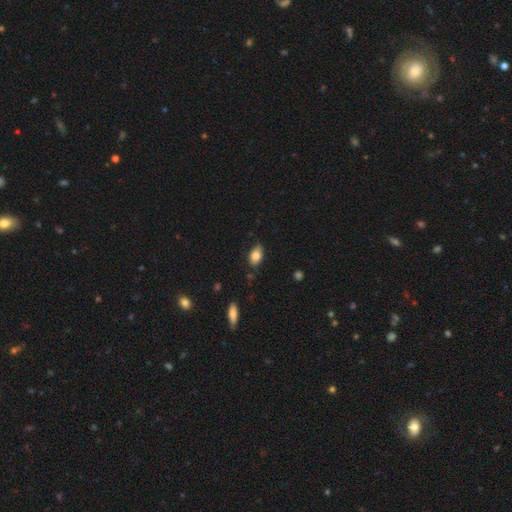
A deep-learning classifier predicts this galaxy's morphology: This appears to be a smooth galaxy with no disk features (79%) that is in between round and cigar-shaped (88%). Merging: none (73%).